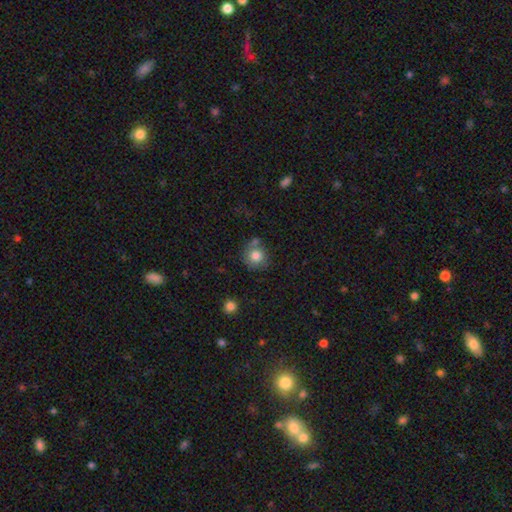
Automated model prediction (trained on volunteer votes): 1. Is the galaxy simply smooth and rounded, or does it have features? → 80% smooth, 10% featured or disk, 10% star or artifact.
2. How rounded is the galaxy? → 89% round, 10% in between, 1% cigar-shaped.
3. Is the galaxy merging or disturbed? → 61% none, 18% merger, 15% minor disturbance, 5% major disturbance.